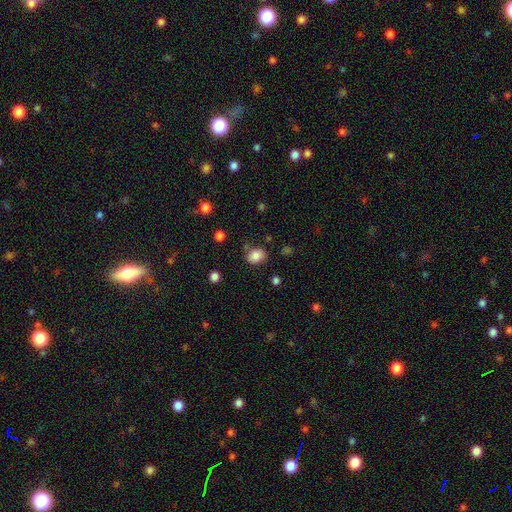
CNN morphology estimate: Overall: smooth (84%). How rounded: in between (61%; round 38%). Merging: none (72%).